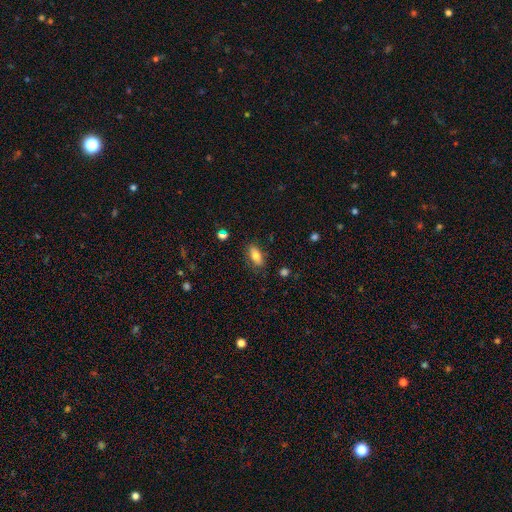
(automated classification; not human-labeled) Smooth or featured?
  - smooth: 79% *
  - featured or disk: 13%
  - star or artifact: 8%
How rounded?
  - in between: 83% *
  - cigar-shaped: 13%
  - round: 4%
Merging?
  - none: 82% *
  - minor disturbance: 13%
  - major disturbance: 3%
  - merger: 2%